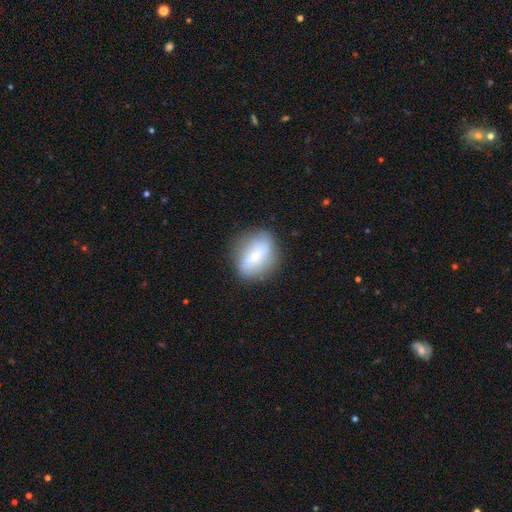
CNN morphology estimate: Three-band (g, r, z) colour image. It shows a smooth galaxy with no disk features (59%) that is in between round and cigar-shaped (64%). Merging: none (77%).